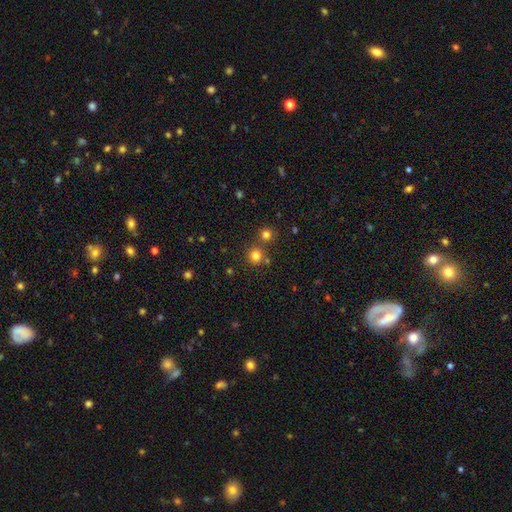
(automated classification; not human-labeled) This is likely a smooth galaxy (78%). How rounded: clearly round (92%). Merging: likely none (72%).